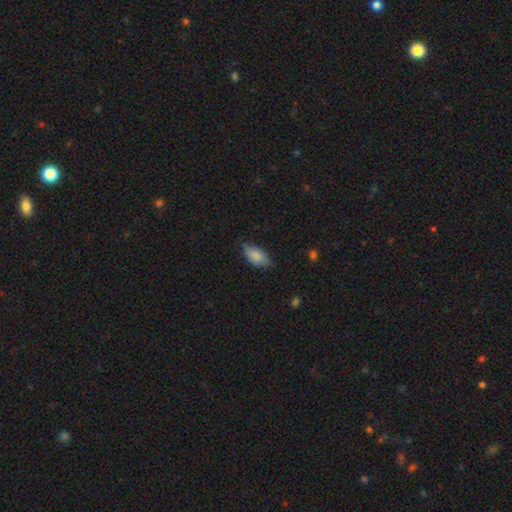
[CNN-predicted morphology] Overall: smooth (81%). How rounded: in between (92%). Merging: none (59%; minor disturbance 33%).